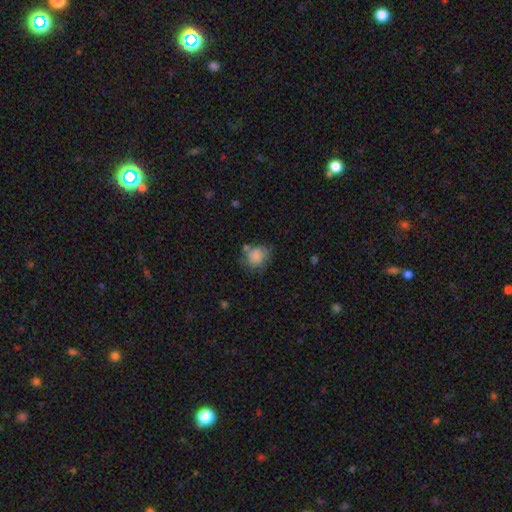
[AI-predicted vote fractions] The model was most divided on "merging": none: 54%, minor disturbance: 25%, merger: 11%, major disturbance: 10%. More confident: smooth or featured — smooth (82%); how rounded — round (68%).